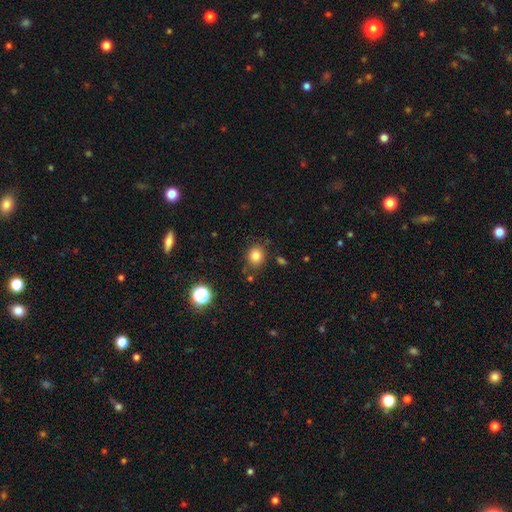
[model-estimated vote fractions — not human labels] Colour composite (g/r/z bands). It shows a smooth galaxy with no disk features (81%) that is round (73%). Merging: none (79%).